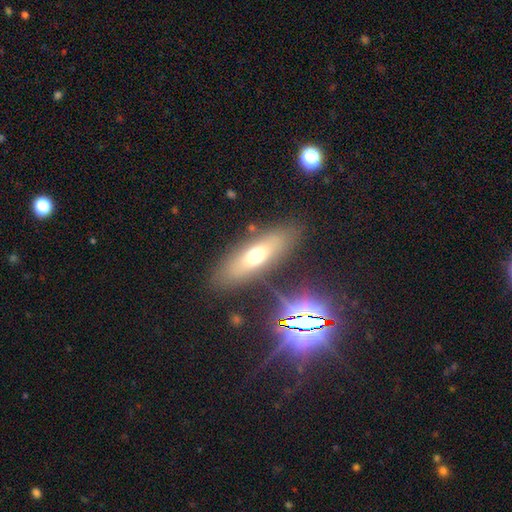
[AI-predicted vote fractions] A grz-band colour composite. It shows a smooth galaxy with no disk features (55%) that is in between round and cigar-shaped (54%). Merging: none (81%).